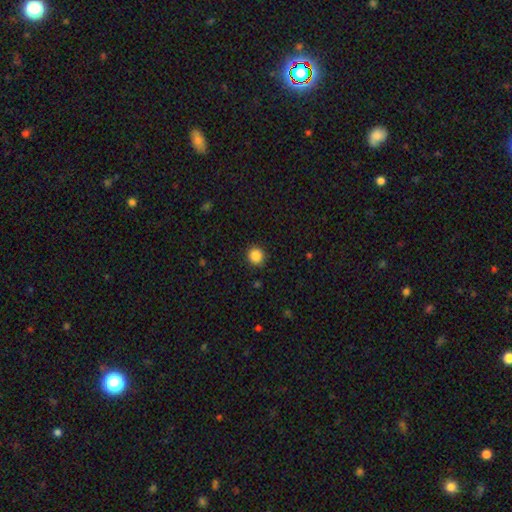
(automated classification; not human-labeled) smooth_or_featured: smooth (p=0.87) [alt: star or artifact p=0.10]
how_rounded: round (p=0.91) [alt: in between p=0.08]
merging: none (p=0.90) [alt: minor disturbance p=0.07]